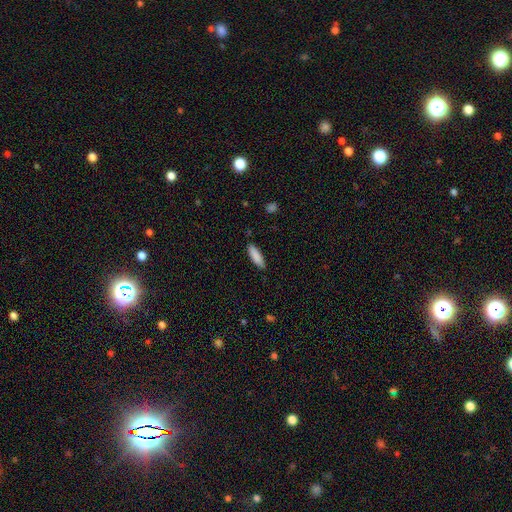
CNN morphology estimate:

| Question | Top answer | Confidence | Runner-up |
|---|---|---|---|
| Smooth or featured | smooth | 88% | star or artifact (6%) |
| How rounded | cigar-shaped | 54% | in between (45%) |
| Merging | none | 85% | minor disturbance (12%) |